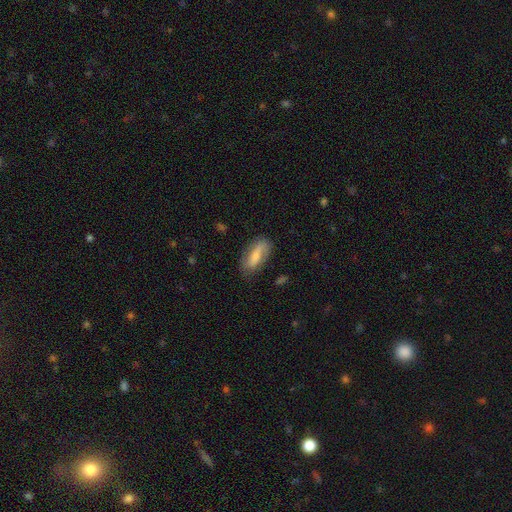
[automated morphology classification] The model was most divided on "smooth or featured": smooth: 62%, featured or disk: 31%, star or artifact: 7%. More confident: how rounded — in between (77%); merging — none (72%).